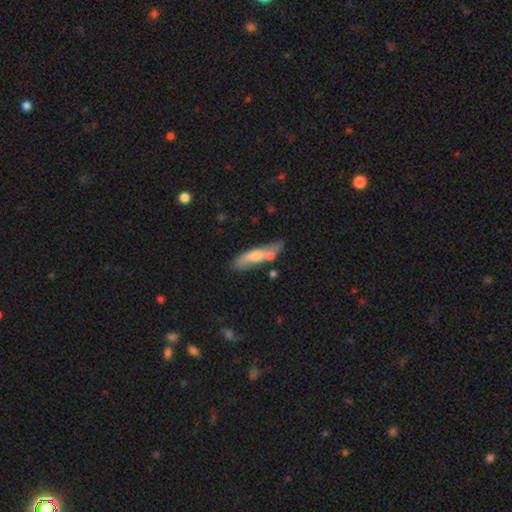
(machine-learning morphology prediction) Q: Smooth or featured?
A: smooth (60%); runner-up: featured or disk (33%)
Q: How rounded?
A: cigar-shaped (70%); runner-up: in between (28%)
Q: Merging?
A: none (51%); runner-up: minor disturbance (24%)